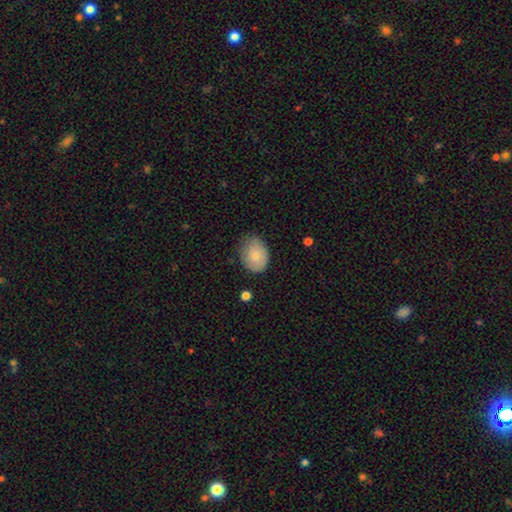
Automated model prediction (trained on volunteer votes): smooth_or_featured: smooth (p=0.78) [alt: featured or disk p=0.14]
how_rounded: in between (p=0.69) [alt: round p=0.30]
merging: none (p=0.70) [alt: minor disturbance p=0.24]